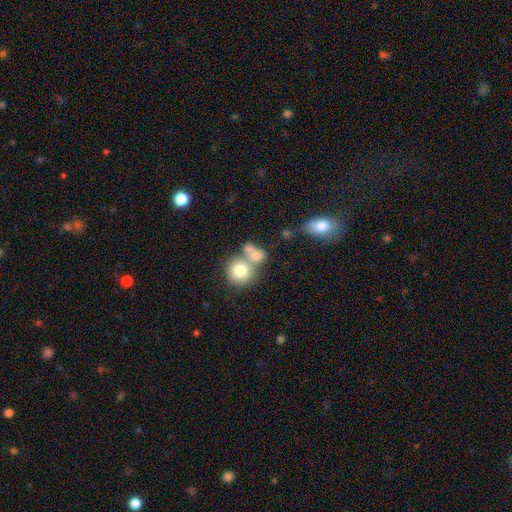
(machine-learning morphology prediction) Q: Smooth or featured?
A: smooth (73%); runner-up: featured or disk (16%)
Q: How rounded?
A: round (68%); runner-up: in between (30%)
Q: Merging?
A: merger (53%); runner-up: none (32%)